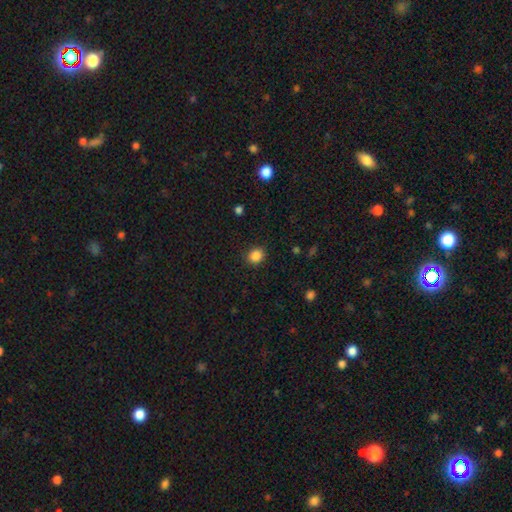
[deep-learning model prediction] Smooth or featured?
  - smooth: 86% *
  - star or artifact: 11%
  - featured or disk: 3%
How rounded?
  - round: 76% *
  - in between: 23%
  - cigar-shaped: 1%
Merging?
  - none: 88% *
  - minor disturbance: 8%
  - major disturbance: 3%
  - merger: 1%